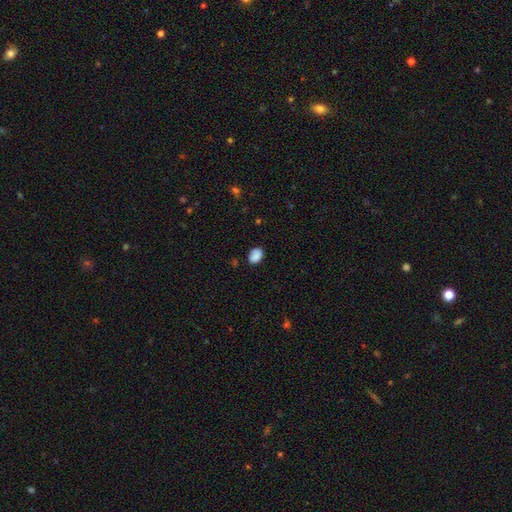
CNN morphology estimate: Overall: smooth (85%). How rounded: in between (74%). Merging: none (74%).